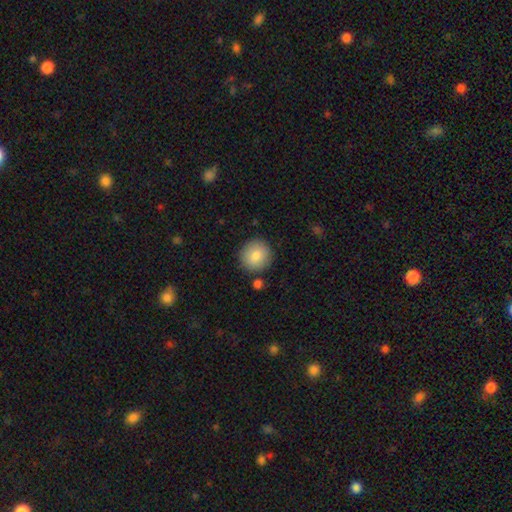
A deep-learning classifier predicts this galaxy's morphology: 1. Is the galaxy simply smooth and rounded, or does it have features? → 85% smooth, 7% star or artifact, 7% featured or disk.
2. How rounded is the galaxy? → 93% round, 6% in between, 1% cigar-shaped.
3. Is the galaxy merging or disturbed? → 86% none, 8% minor disturbance, 4% merger, 2% major disturbance.